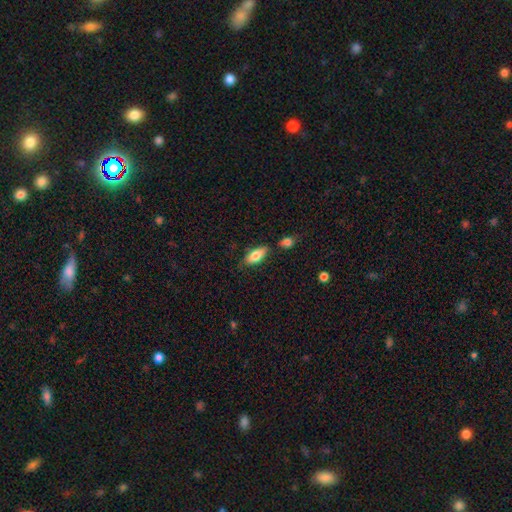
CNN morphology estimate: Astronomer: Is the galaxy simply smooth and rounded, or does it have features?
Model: smooth — 75%.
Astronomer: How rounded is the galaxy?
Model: in between — 81%.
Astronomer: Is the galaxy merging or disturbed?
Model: none — 69%.